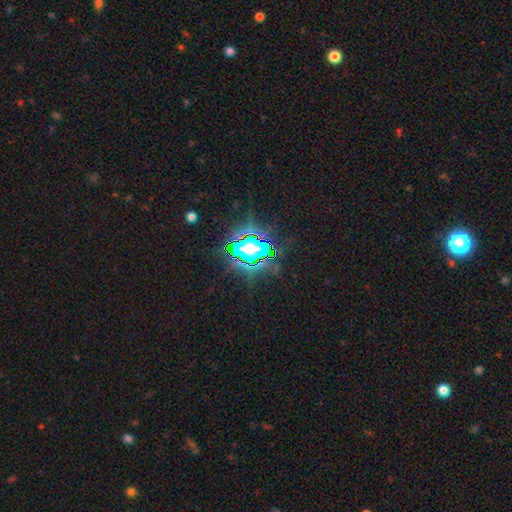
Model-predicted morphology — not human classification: Smooth or featured?
  - star or artifact: 73% *
  - smooth: 15%
  - featured or disk: 12%